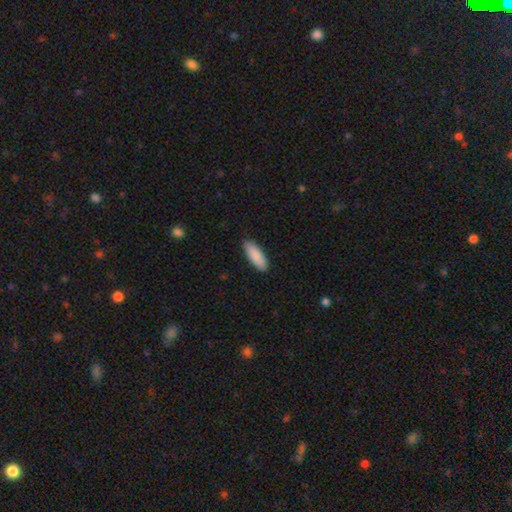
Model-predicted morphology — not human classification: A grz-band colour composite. It shows a smooth galaxy with no disk features (90%) that is in between round and cigar-shaped (66%). Merging: none (88%).